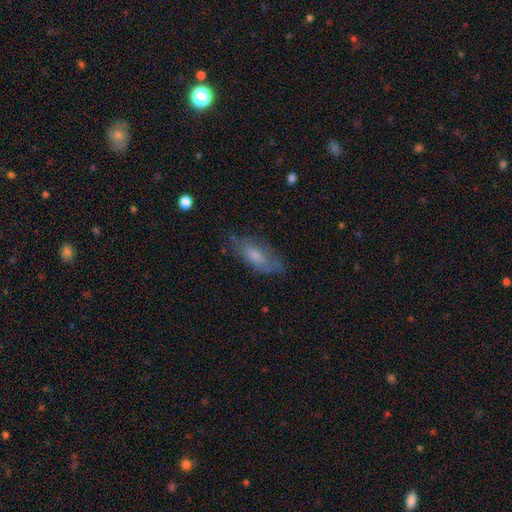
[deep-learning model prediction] smooth-or-featured: smooth: 56% | featured or disk: 36% | star or artifact: 8%
  how-rounded: in between: 76% | cigar-shaped: 22% | round: 3%
  merging: none: 65% | minor disturbance: 24% | major disturbance: 9% | merger: 2%